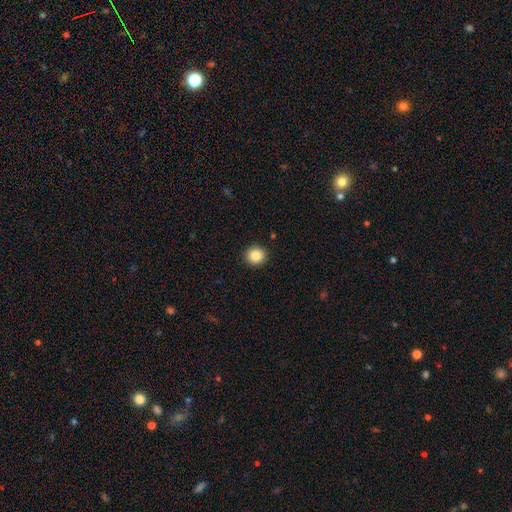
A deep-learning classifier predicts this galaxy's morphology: The model was most divided on "smooth or featured": smooth: 86%, star or artifact: 10%, featured or disk: 4%. More confident: merging — none (93%); how rounded — round (92%).